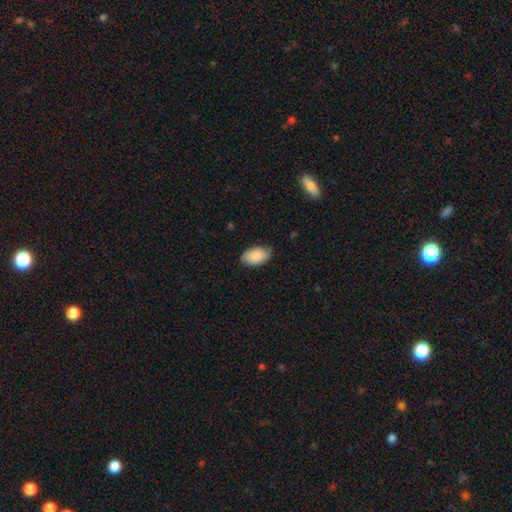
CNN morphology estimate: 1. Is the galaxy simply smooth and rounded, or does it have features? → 88% smooth, 6% star or artifact, 6% featured or disk.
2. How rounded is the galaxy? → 94% in between, 4% round, 1% cigar-shaped.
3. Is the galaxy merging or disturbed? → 80% none, 17% minor disturbance, 3% major disturbance, 1% merger.